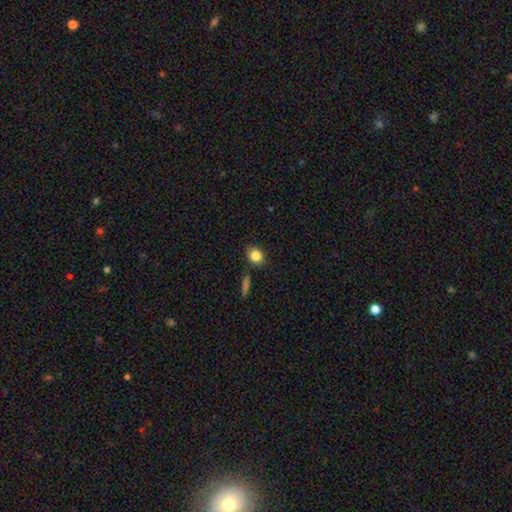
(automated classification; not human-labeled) Smooth or featured: smooth — 83% (star or artifact — 9%)
How rounded: round — 49% (tied with in between — 49%)
Merging: none — 83% (minor disturbance — 10%)